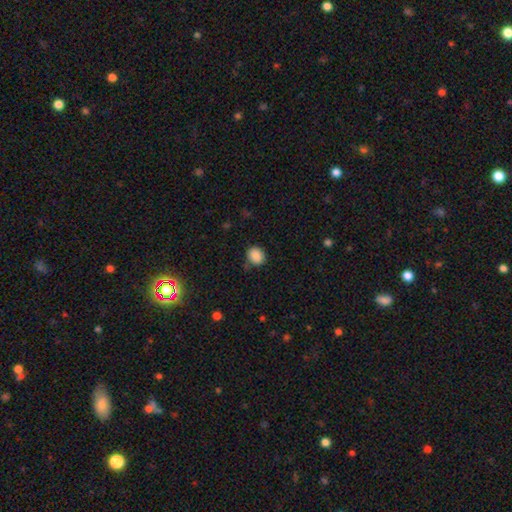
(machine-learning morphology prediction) Overall: smooth (87%). How rounded: round (70%). Merging: none (78%).